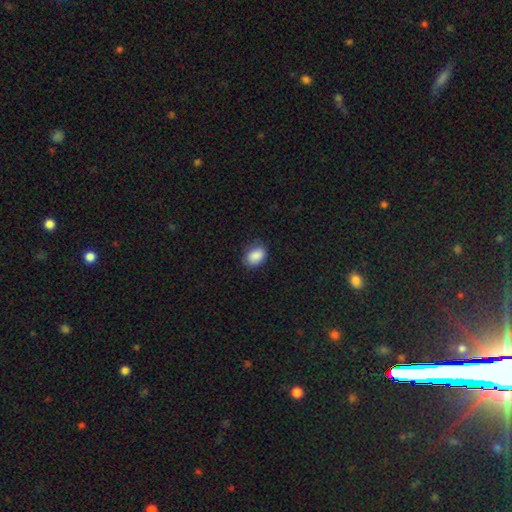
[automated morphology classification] Smooth or featured: smooth — 88% (star or artifact — 8%)
How rounded: in between — 76% (round — 23%)
Merging: none — 79% (minor disturbance — 17%)